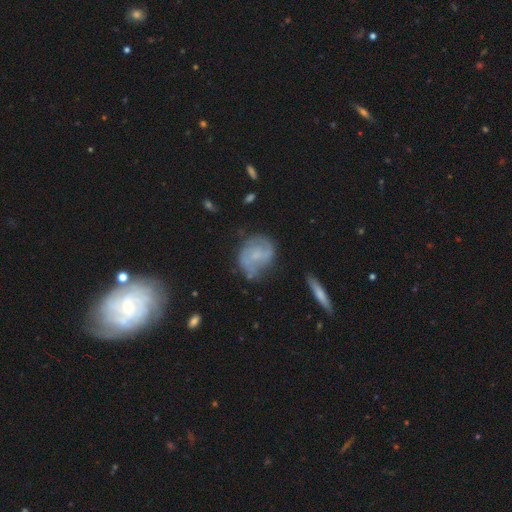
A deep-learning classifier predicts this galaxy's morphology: Overall: featured or disk (63%; smooth 29%). Edge-on disk: no (96%). Bar: no (50%; weak 41%). Spiral arms: yes (80%). Bulge size: small (52%; none 26%). Merging: none (60%; minor disturbance 25%).